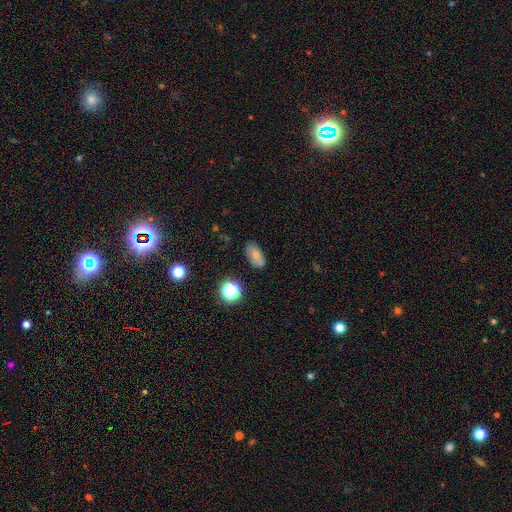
Smooth or featured?
  - smooth: 79% *
  - featured or disk: 13%
  - star or artifact: 8%
How rounded?
  - in between: 77% *
  - cigar-shaped: 13%
  - round: 10%
Merging?
  - none: 69% *
  - minor disturbance: 23%
  - major disturbance: 6%
  - merger: 3%